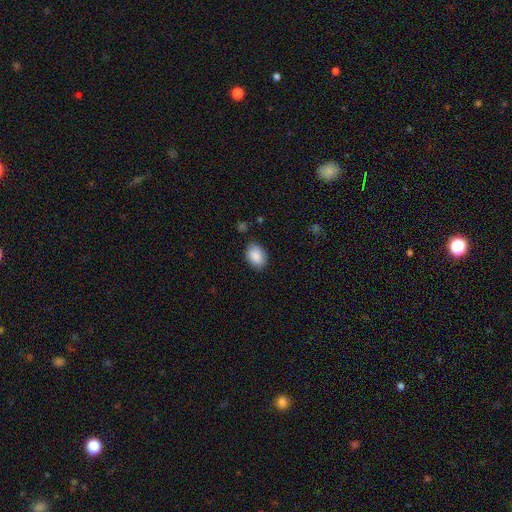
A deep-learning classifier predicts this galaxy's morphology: smooth_or_featured: smooth (p=0.89) [alt: star or artifact p=0.07]
how_rounded: in between (p=0.80) [alt: round p=0.19]
merging: none (p=0.82) [alt: minor disturbance p=0.13]